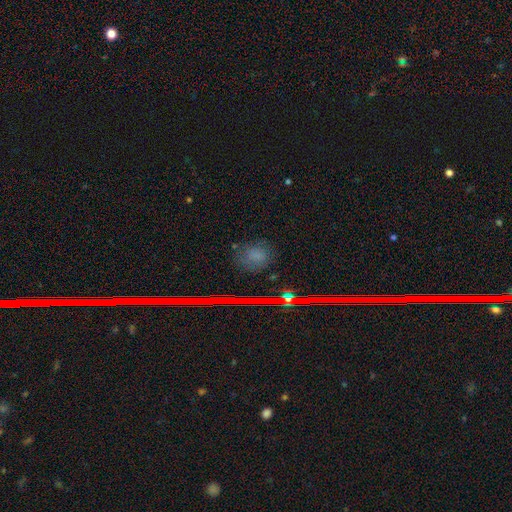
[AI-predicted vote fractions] This appears to be a smooth galaxy with no disk features (62%) that is round (74%). Merging: none (77%).